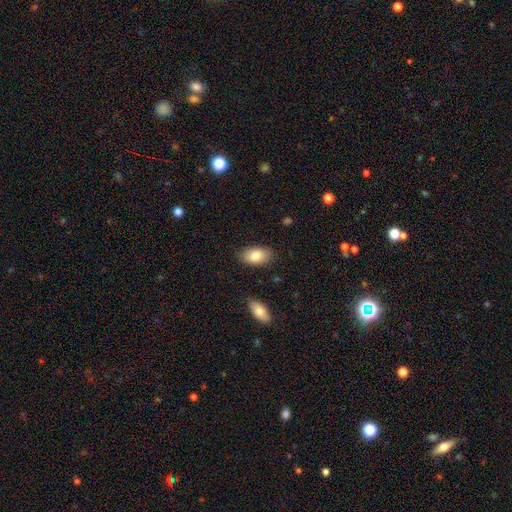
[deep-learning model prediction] Smooth or featured: smooth — 84% (featured or disk — 10%)
How rounded: in between — 94% (round — 4%)
Merging: none — 84% (minor disturbance — 12%)